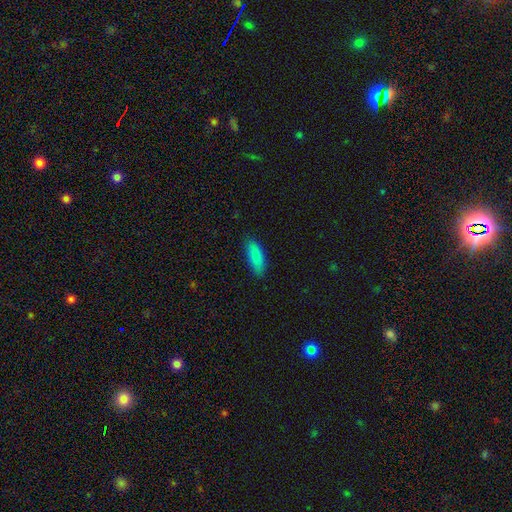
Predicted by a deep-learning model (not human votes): smooth_or_featured: smooth (p=0.87) [alt: star or artifact p=0.07]
how_rounded: in between (p=0.67) [alt: cigar-shaped p=0.31]
merging: none (p=0.85) [alt: minor disturbance p=0.12]